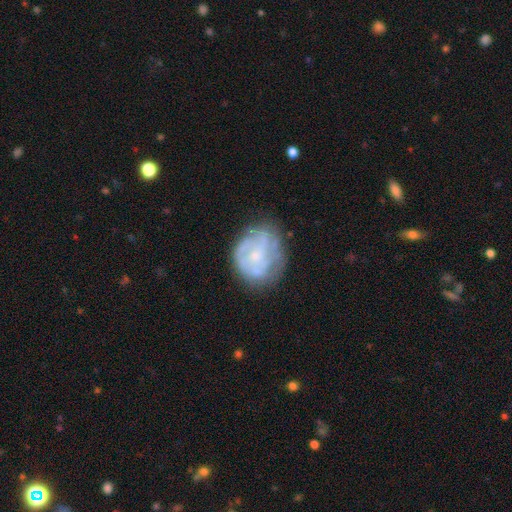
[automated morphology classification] This appears to be a featured or disk galaxy (66%) with no bar (78%), spiral arms (70%) and a small central bulge (69%). Merging: none (61%).